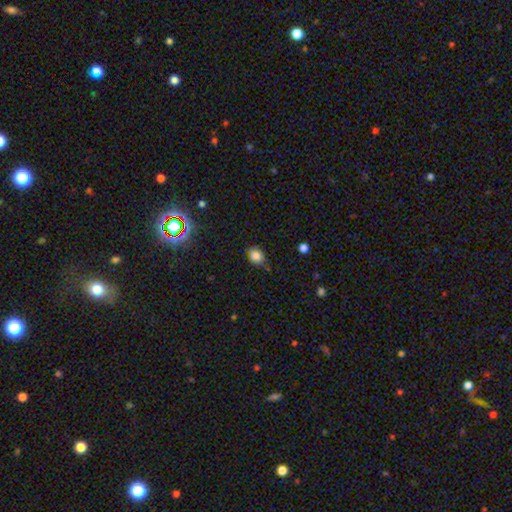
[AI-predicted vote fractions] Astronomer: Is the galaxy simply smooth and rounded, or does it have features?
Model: smooth — 81%.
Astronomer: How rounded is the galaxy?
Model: round — 62%.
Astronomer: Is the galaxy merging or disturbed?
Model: none — 71%.